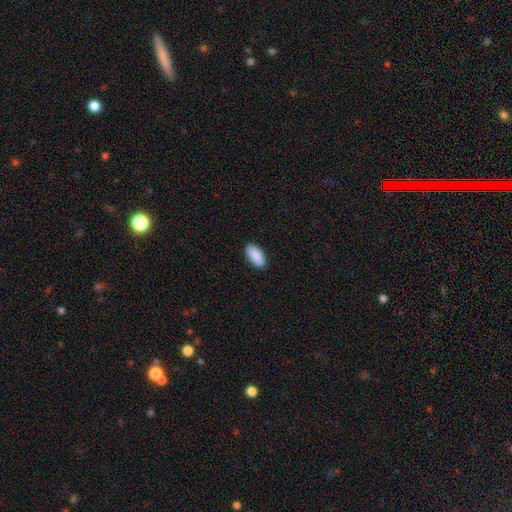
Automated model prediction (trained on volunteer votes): Smooth or featured? smooth (91%)
How rounded? in between (92%)
Merging? none (89%)